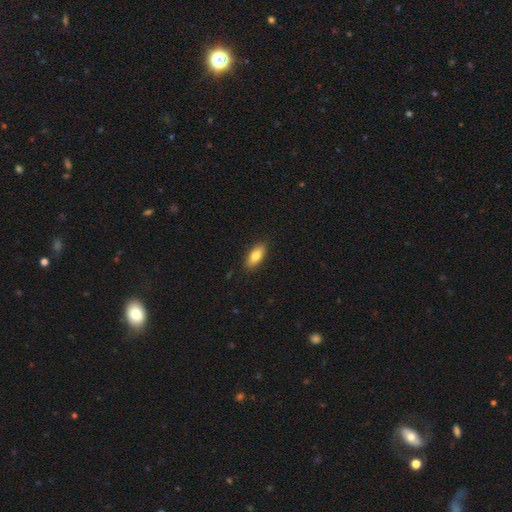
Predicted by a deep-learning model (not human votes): Smooth or featured?
  - smooth: 79% *
  - featured or disk: 14%
  - star or artifact: 7%
How rounded?
  - in between: 81% *
  - cigar-shaped: 16%
  - round: 3%
Merging?
  - none: 88% *
  - minor disturbance: 10%
  - major disturbance: 2%
  - merger: 1%